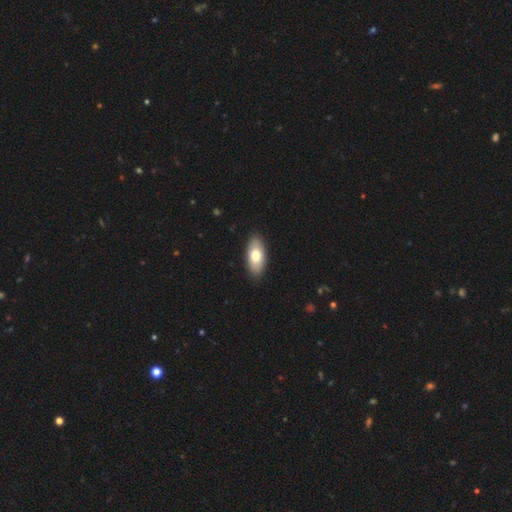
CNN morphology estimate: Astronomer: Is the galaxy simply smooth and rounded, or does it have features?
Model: smooth — 73%.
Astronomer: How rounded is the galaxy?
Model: in between — 91%.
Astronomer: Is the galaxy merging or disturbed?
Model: none — 89%.